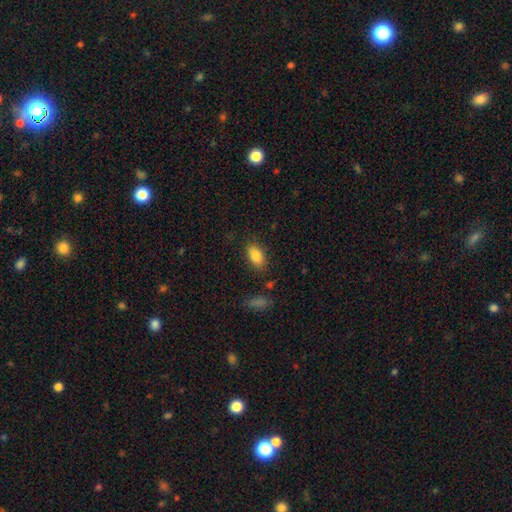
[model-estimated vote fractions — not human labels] smooth 86%, star or artifact 7%, featured or disk 6%. Down the decision tree: how rounded — in between (91%); merging — none (83%).